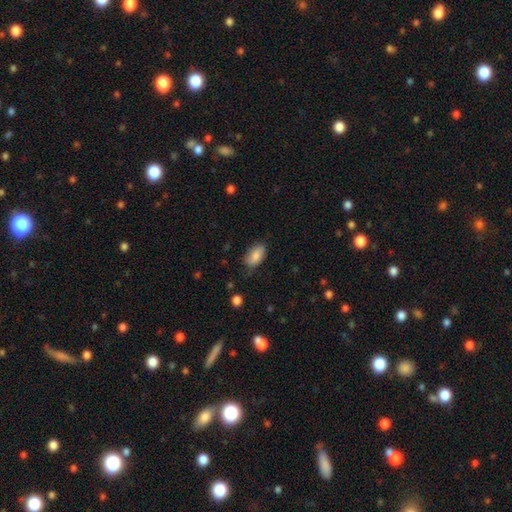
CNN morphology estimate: smooth 85%, featured or disk 9%, star or artifact 7%. Down the decision tree: how rounded — in between (92%); merging — none (70%).